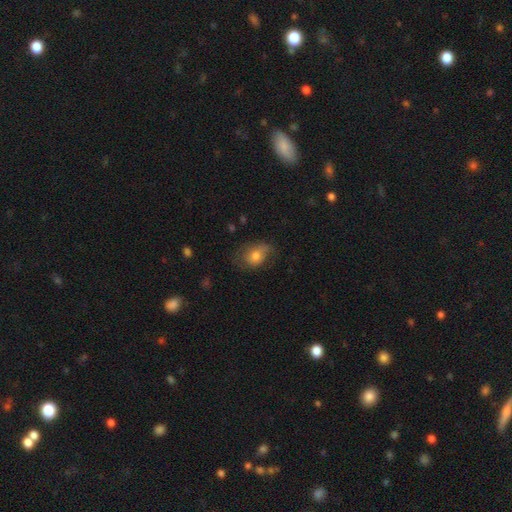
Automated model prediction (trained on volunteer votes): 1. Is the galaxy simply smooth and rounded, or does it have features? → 70% smooth, 22% featured or disk, 8% star or artifact.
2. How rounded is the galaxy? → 70% in between, 28% round, 1% cigar-shaped.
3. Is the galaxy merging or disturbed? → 49% none, 31% minor disturbance, 19% major disturbance, 2% merger.